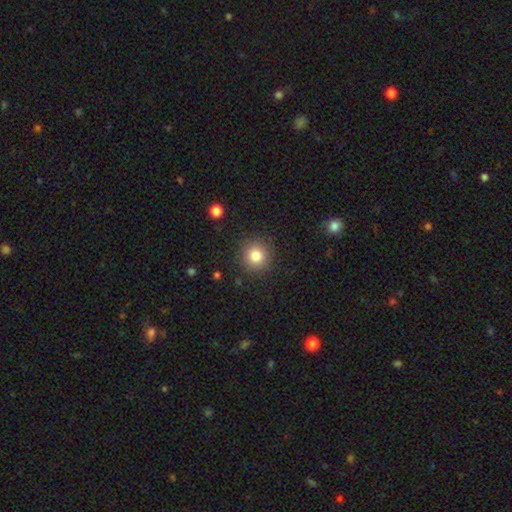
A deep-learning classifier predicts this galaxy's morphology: Smooth or featured?
  - smooth: 83% *
  - star or artifact: 11%
  - featured or disk: 6%
How rounded?
  - round: 93% *
  - in between: 6%
  - cigar-shaped: 1%
Merging?
  - none: 89% *
  - minor disturbance: 7%
  - major disturbance: 3%
  - merger: 1%